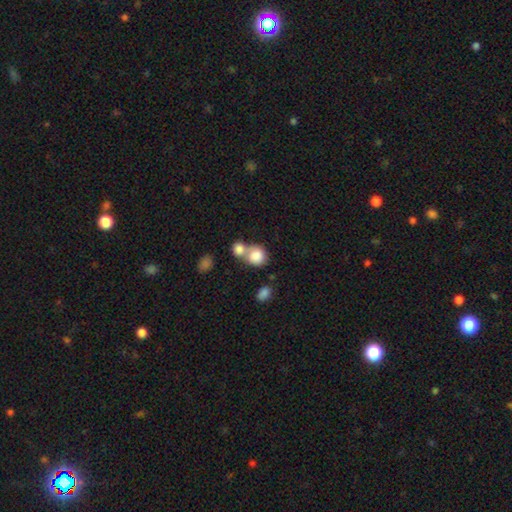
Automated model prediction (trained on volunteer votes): smooth_or_featured: smooth (p=0.83) [alt: featured or disk p=0.09]
how_rounded: round (p=0.74) [alt: in between p=0.25]
merging: merger (p=0.59) [alt: none p=0.30]